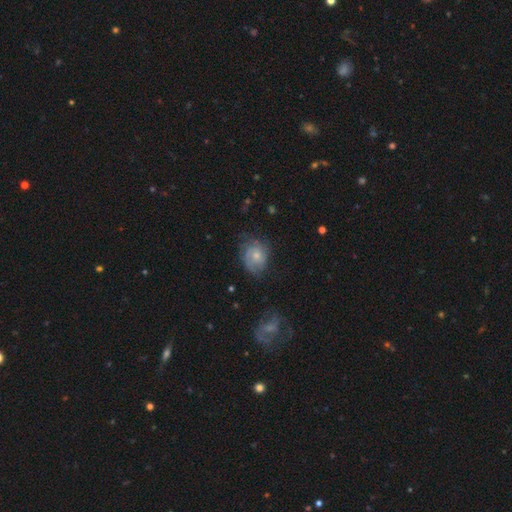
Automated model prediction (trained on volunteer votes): Q: Smooth or featured?
A: smooth (47%); runner-up: featured or disk (45%)
Q: Merging?
A: none (55%); runner-up: minor disturbance (29%)